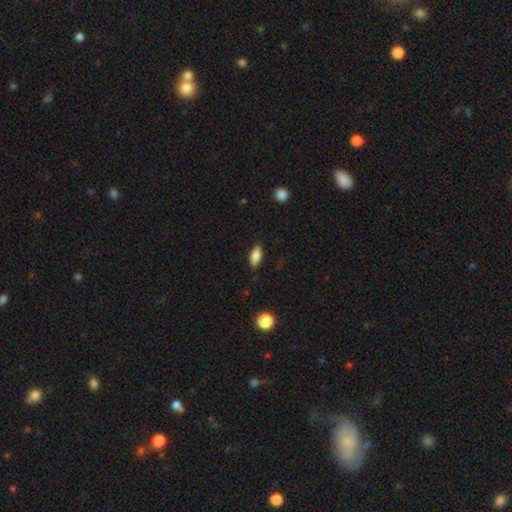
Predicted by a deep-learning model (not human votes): Smooth or featured? Predicted: smooth (p=0.80). How rounded? Predicted: in between (p=0.78). Merging? Predicted: none (p=0.86).